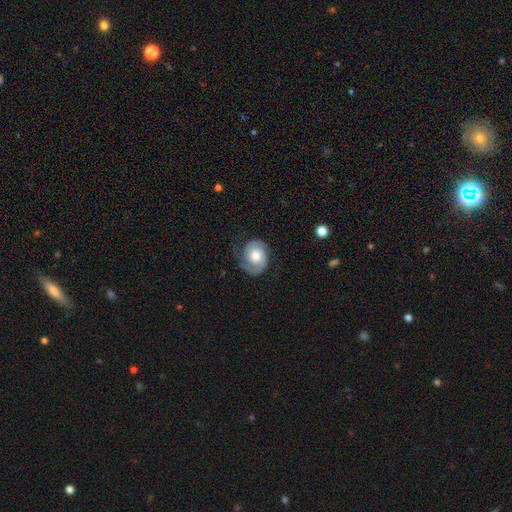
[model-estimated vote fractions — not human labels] smooth-or-featured: featured or disk: 81% | smooth: 13% | star or artifact: 5%
  disk-edge-on: no: 98% | yes: 2%
    bar: no: 75% | weak: 21% | strong: 4%
    has-spiral-arms: yes: 96% | no: 4%
      spiral-winding: tight: 54% | medium: 35% | loose: 11%
      spiral-arm-count: 2: 78% | 1: 13% | can't tell: 5% | 3: 2% | 4: 1% | more than 4: 1%
    bulge-size: moderate: 67% | large: 17% | small: 12% | dominant: 2% | none: 2%
  merging: none: 70% | minor disturbance: 19% | major disturbance: 10% | merger: 1%